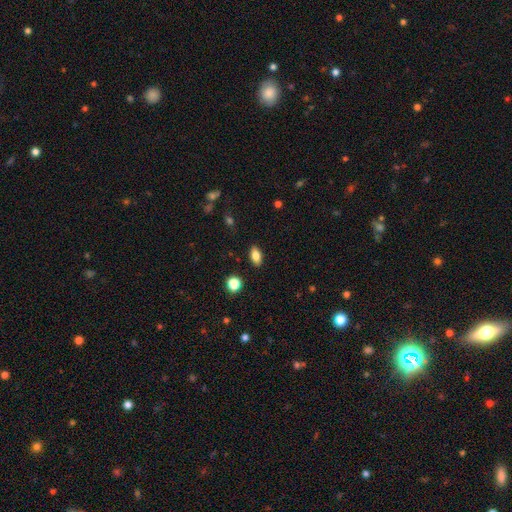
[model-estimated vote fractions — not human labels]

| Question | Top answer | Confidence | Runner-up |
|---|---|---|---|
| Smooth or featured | smooth | 80% | featured or disk (11%) |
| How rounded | in between | 87% | cigar-shaped (7%) |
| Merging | none | 88% | minor disturbance (8%) |